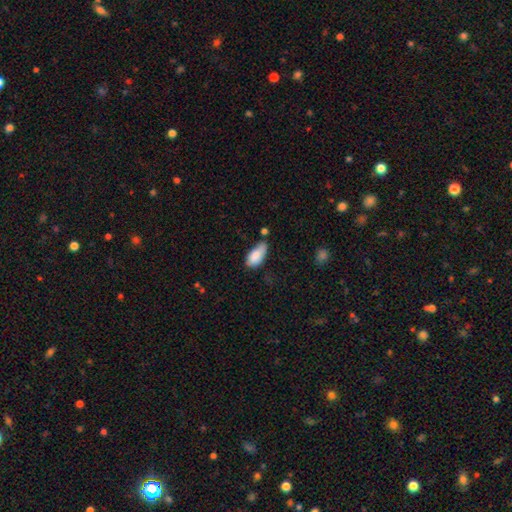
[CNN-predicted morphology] A smooth galaxy with no disk features (83%) that is in between round and cigar-shaped (92%).

Vote fractions:
- Smooth or featured? smooth: 83% / featured or disk: 10% / star or artifact: 7%
- How rounded? in between: 92% / cigar-shaped: 5% / round: 3%
- Merging? none: 47% / minor disturbance: 37% / merger: 8% / major disturbance: 8%